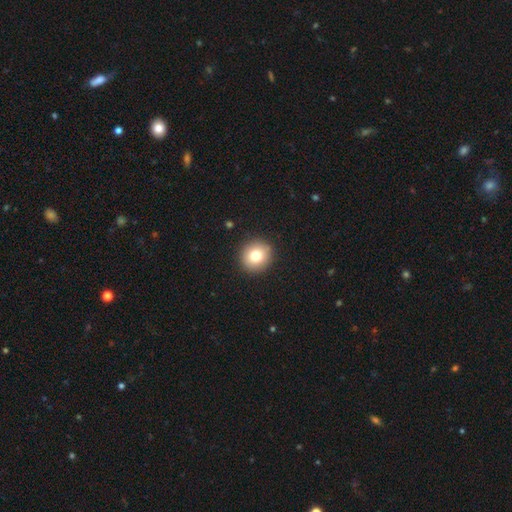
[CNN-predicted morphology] smooth_or_featured: smooth (p=0.78) [alt: featured or disk p=0.12]
how_rounded: round (p=0.89) [alt: in between p=0.10]
merging: none (p=0.91) [alt: minor disturbance p=0.06]